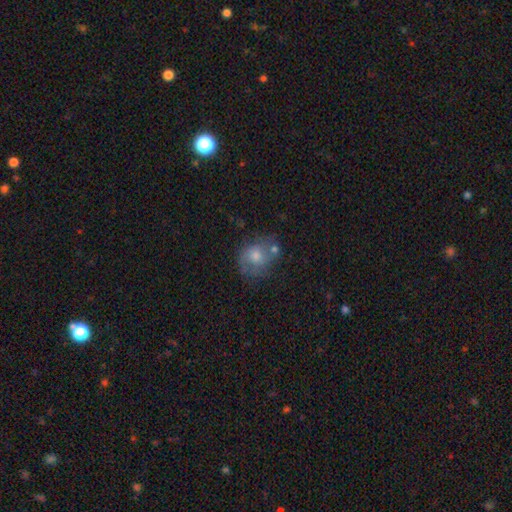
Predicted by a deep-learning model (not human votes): This appears to be a smooth galaxy with no disk features (47%). Merging: none (56%).